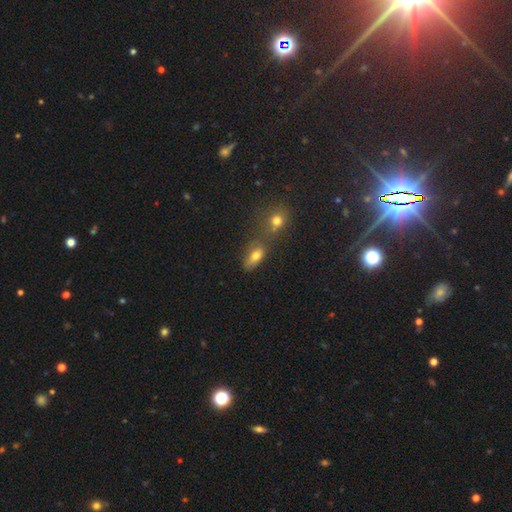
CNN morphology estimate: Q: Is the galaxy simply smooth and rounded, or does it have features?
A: smooth — 73%.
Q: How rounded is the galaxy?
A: in between — 77%.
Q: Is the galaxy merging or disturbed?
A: none — 45%.